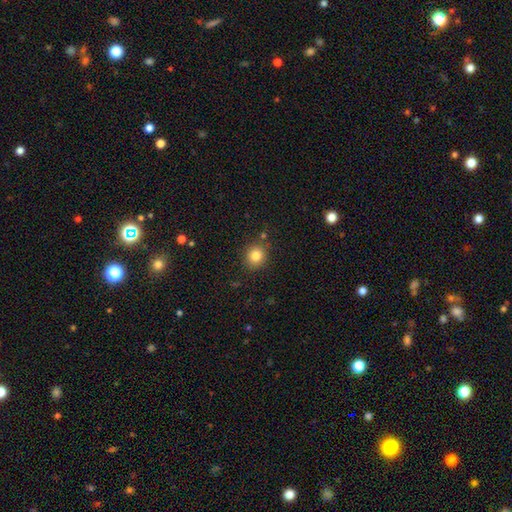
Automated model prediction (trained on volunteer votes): Smooth or featured?
  - smooth: 82% *
  - star or artifact: 11%
  - featured or disk: 7%
How rounded?
  - round: 85% *
  - in between: 14%
  - cigar-shaped: 1%
Merging?
  - none: 85% *
  - minor disturbance: 9%
  - merger: 3%
  - major disturbance: 3%